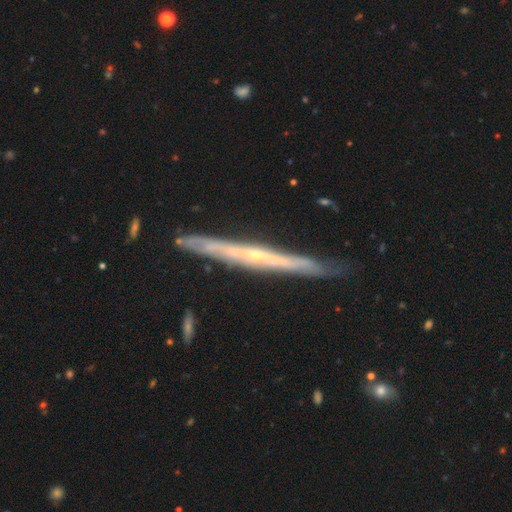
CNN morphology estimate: A featured or disk galaxy (80%) viewed edge-on (94%) with a rounded central bulge (52%).

Vote fractions:
- Smooth or featured? featured or disk: 80% / smooth: 15% / star or artifact: 6%
- Edge-on disk? yes: 94% / no: 6%
- Edge-on bulge? rounded: 52% / none: 45% / boxy: 3%
- Merging? none: 81% / minor disturbance: 15% / major disturbance: 2% / merger: 2%